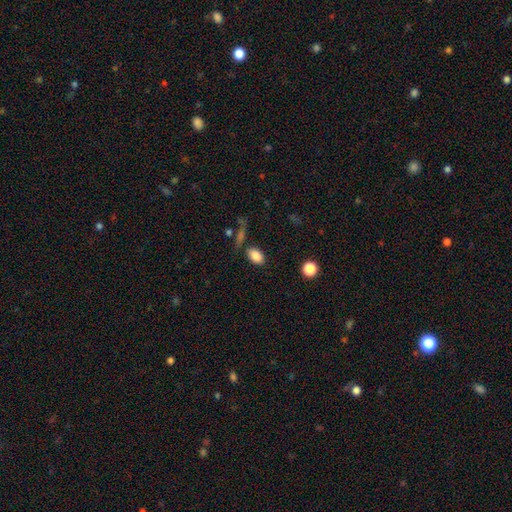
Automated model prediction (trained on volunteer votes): smooth_or_featured: smooth (p=0.86) [alt: star or artifact p=0.09]
how_rounded: in between (p=0.87) [alt: round p=0.11]
merging: none (p=0.78) [alt: minor disturbance p=0.13]